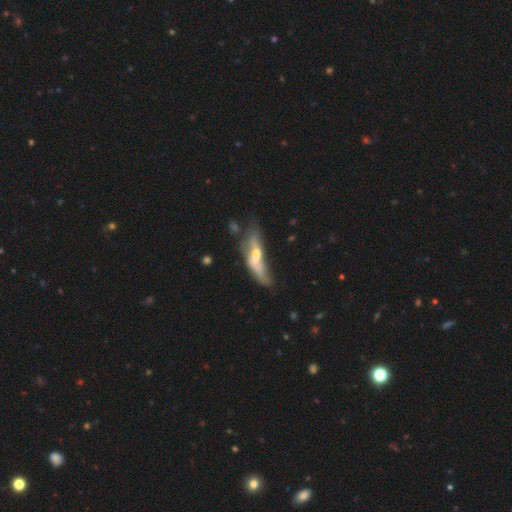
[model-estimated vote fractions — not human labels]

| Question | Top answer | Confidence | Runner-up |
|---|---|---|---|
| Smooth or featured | featured or disk | 50% | smooth (43%) |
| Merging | major disturbance | 30% | none (26%) |